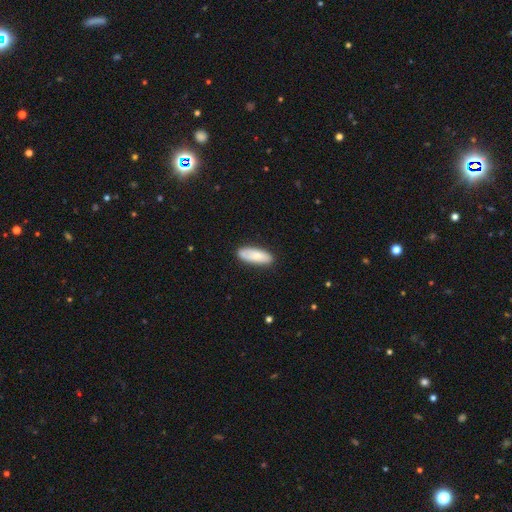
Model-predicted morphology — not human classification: Smooth or featured: smooth — 79% (featured or disk — 15%)
How rounded: in between — 68% (cigar-shaped — 31%)
Merging: none — 81% (minor disturbance — 14%)